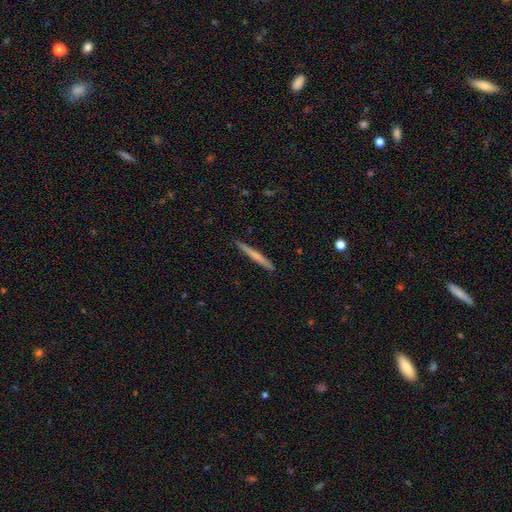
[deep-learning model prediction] smooth_or_featured: smooth (p=0.54) [alt: featured or disk p=0.40]
how_rounded: cigar-shaped (p=0.97) [alt: in between p=0.02]
merging: none (p=0.91) [alt: minor disturbance p=0.07]